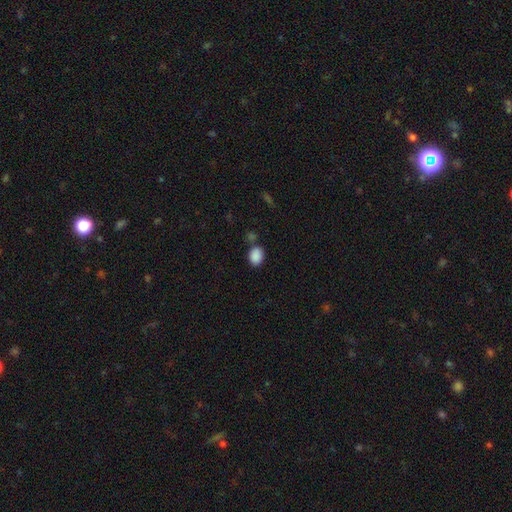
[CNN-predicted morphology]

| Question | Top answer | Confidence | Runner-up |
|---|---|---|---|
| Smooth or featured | smooth | 88% | star or artifact (9%) |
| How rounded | in between | 66% | round (33%) |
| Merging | none | 71% | minor disturbance (13%) |